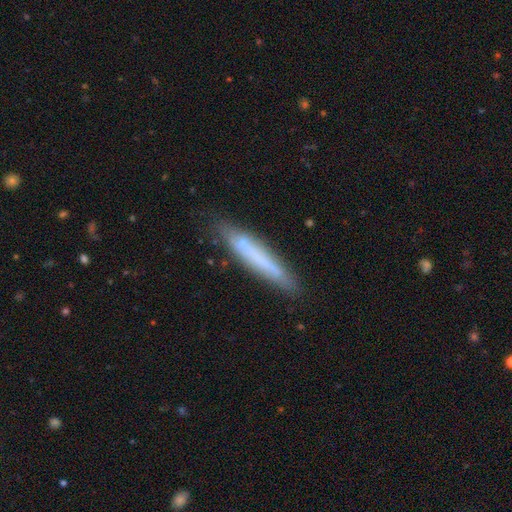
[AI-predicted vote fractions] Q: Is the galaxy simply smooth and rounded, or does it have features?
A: smooth — 59%.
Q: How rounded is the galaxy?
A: cigar-shaped — 93%.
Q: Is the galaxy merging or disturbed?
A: none — 80%.